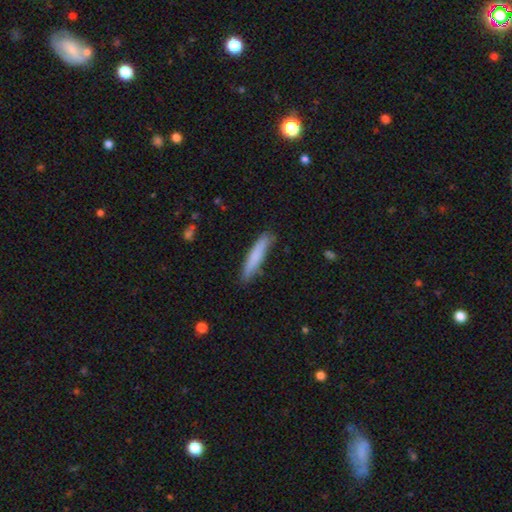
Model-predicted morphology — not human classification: Smooth or featured? smooth (79%)
How rounded? cigar-shaped (91%)
Merging? none (84%)